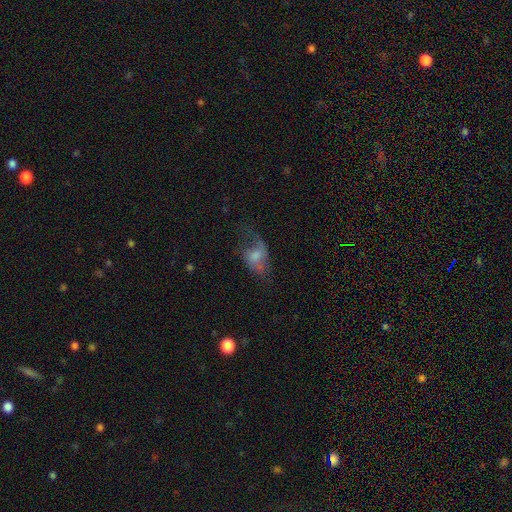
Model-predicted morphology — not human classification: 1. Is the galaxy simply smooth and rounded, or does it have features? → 49% featured or disk, 40% smooth, 11% star or artifact.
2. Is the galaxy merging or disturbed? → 39% major disturbance, 35% none, 24% minor disturbance, 3% merger.